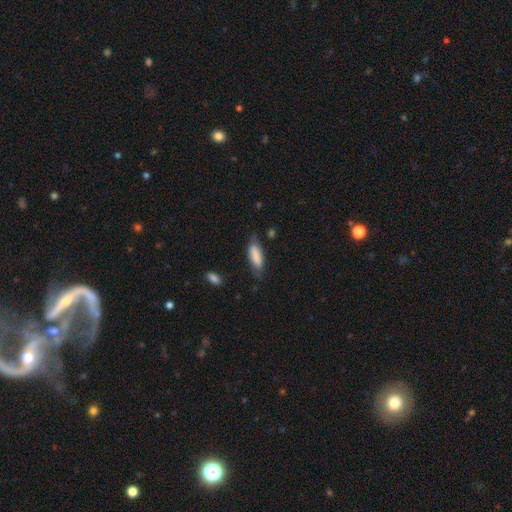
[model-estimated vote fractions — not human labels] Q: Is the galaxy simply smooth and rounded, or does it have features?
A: smooth — 82%.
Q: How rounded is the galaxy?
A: in between — 63%.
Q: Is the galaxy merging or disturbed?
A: none — 63%.